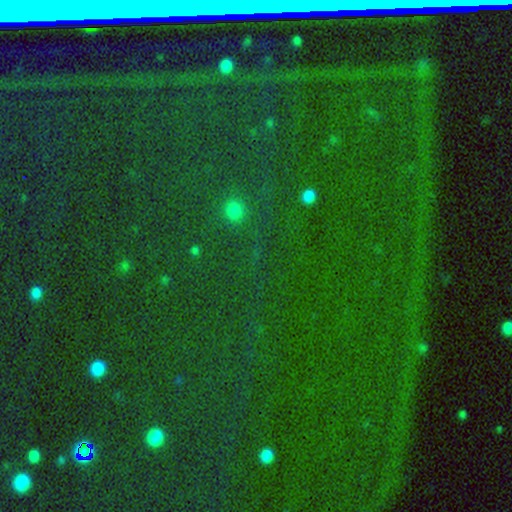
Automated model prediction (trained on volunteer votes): Smooth or featured: star or artifact — 77% (smooth — 14%)